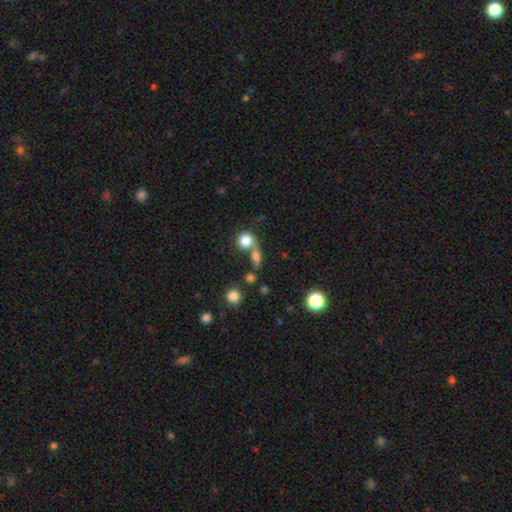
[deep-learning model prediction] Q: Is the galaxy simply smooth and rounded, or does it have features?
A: smooth — 74%.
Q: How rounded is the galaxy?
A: round — 64%.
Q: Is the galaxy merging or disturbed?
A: none — 45%.